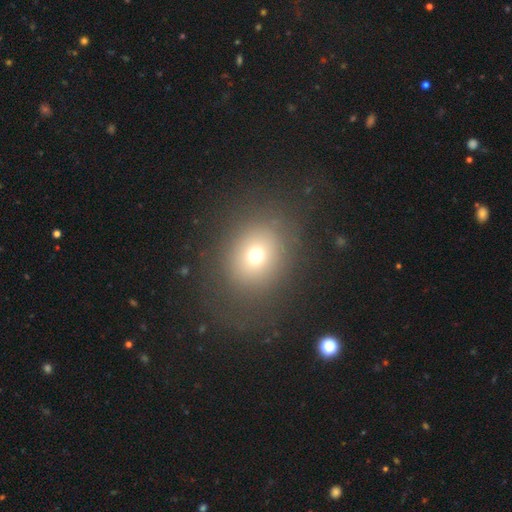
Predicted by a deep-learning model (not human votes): smooth_or_featured: smooth (p=0.69) [alt: star or artifact p=0.18]
how_rounded: round (p=0.69) [alt: in between p=0.30]
merging: none (p=0.77) [alt: minor disturbance p=0.11]